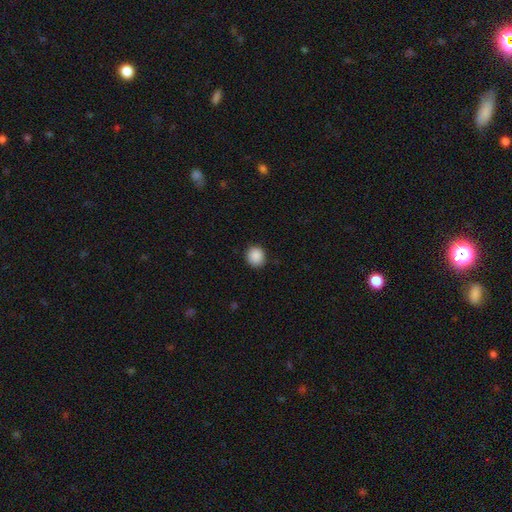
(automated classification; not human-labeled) A smooth galaxy with no disk features (89%) that is round (85%). Merging: none (89%).